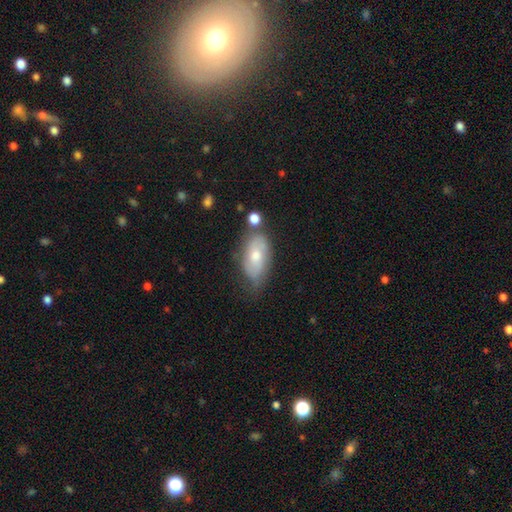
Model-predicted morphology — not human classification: A smooth galaxy with no disk features (52%) that is in between round and cigar-shaped (89%). Merging: none (54%).